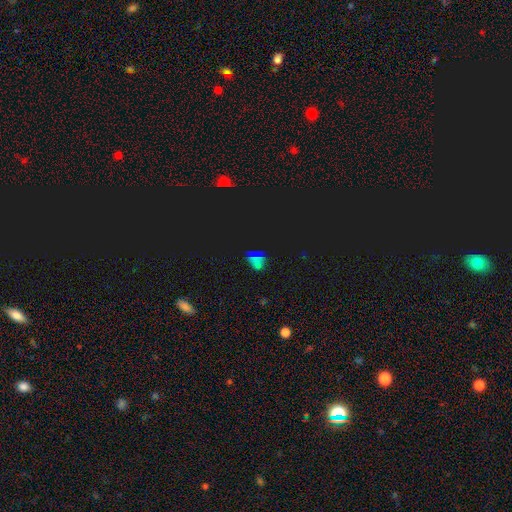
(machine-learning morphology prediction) Smooth or featured? Predicted: star or artifact (p=0.67).